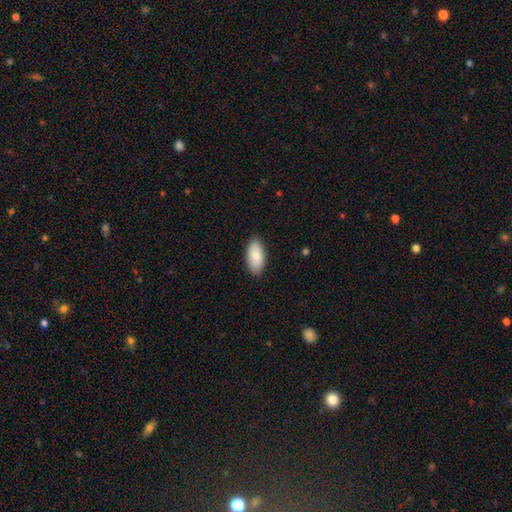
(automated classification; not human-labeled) A smooth galaxy with no disk features (87%) that is in between round and cigar-shaped (92%). Merging: none (88%).